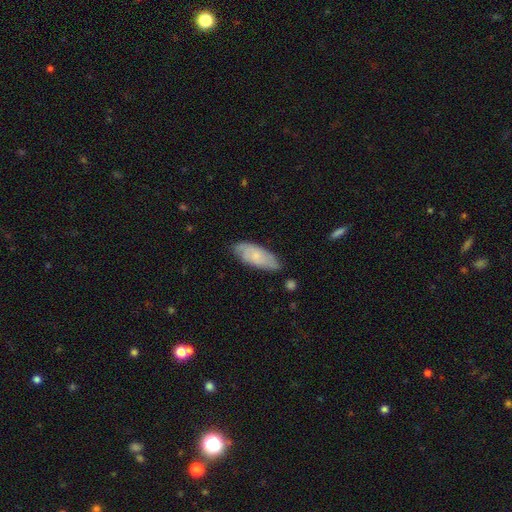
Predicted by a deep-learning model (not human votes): This appears to be a smooth galaxy with no disk features (60%) that is in between round and cigar-shaped (75%). Merging: none (71%).